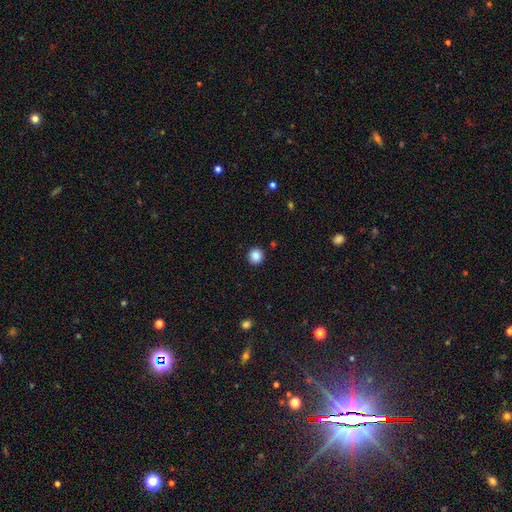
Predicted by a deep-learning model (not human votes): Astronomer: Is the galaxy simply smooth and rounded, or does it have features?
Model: smooth — 87%.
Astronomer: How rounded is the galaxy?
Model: round — 94%.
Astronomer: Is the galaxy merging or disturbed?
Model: none — 92%.